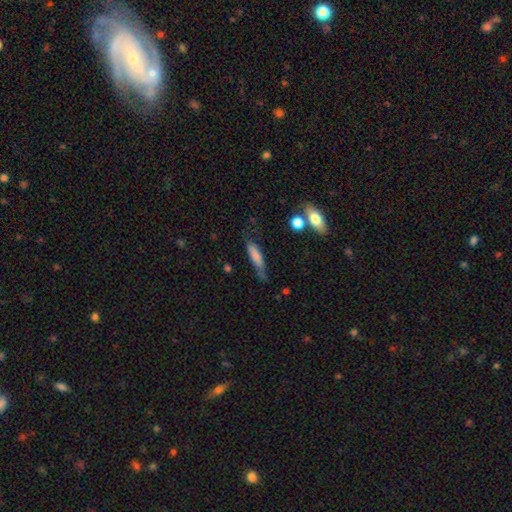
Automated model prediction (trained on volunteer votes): Smooth or featured? Predicted: smooth (p=0.74). How rounded? Predicted: cigar-shaped (p=0.73). Merging? Predicted: none (p=0.52).